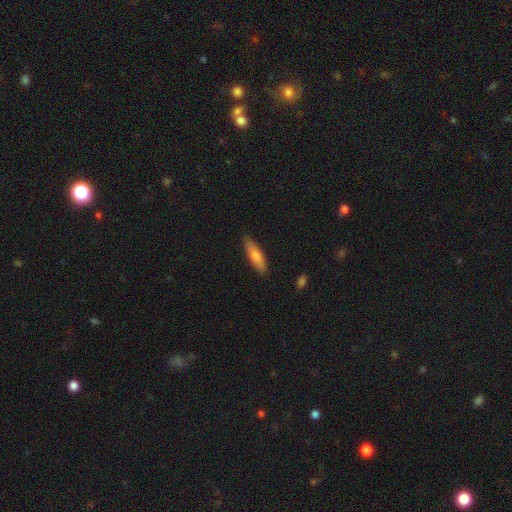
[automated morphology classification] A smooth galaxy with no disk features (73%) that is cigar-shaped (59%).

Vote fractions:
- Smooth or featured? smooth: 73% / featured or disk: 21% / star or artifact: 6%
- How rounded? cigar-shaped: 59% / in between: 39% / round: 2%
- Merging? none: 85% / minor disturbance: 12% / major disturbance: 2% / merger: 1%